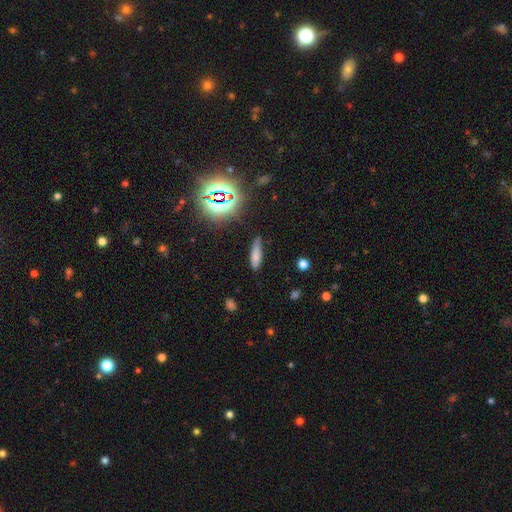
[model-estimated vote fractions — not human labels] A smooth galaxy with no disk features (73%) that is cigar-shaped (62%).

Vote fractions:
- Smooth or featured? smooth: 73% / star or artifact: 15% / featured or disk: 12%
- How rounded? cigar-shaped: 62% / in between: 35% / round: 3%
- Merging? none: 72% / minor disturbance: 20% / major disturbance: 5% / merger: 3%